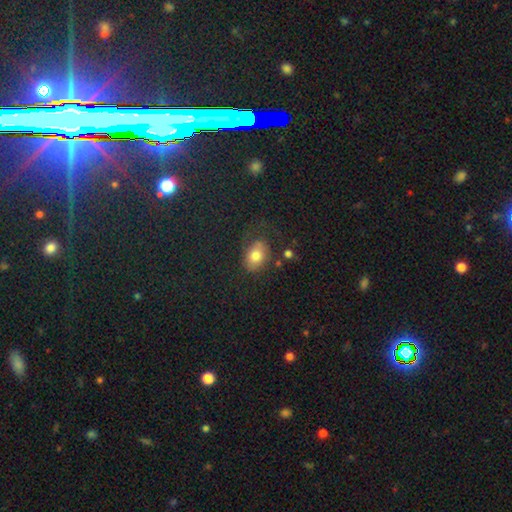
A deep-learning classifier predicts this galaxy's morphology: A smooth galaxy with no disk features (72%) that is in between round and cigar-shaped (77%). Merging: none (62%).